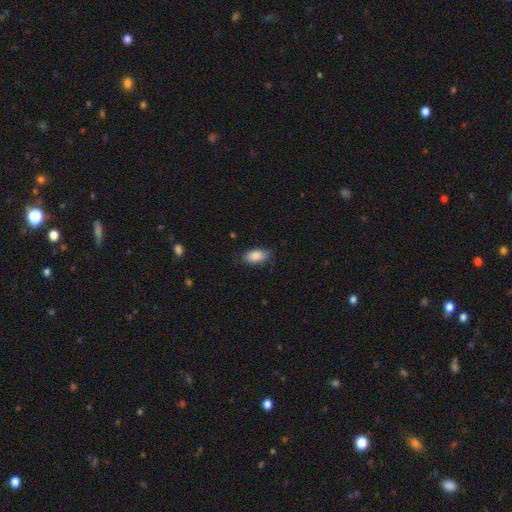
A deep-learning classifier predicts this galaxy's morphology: Q: Smooth or featured?
A: smooth (88%); runner-up: star or artifact (7%)
Q: How rounded?
A: in between (92%); runner-up: round (5%)
Q: Merging?
A: none (82%); runner-up: minor disturbance (14%)